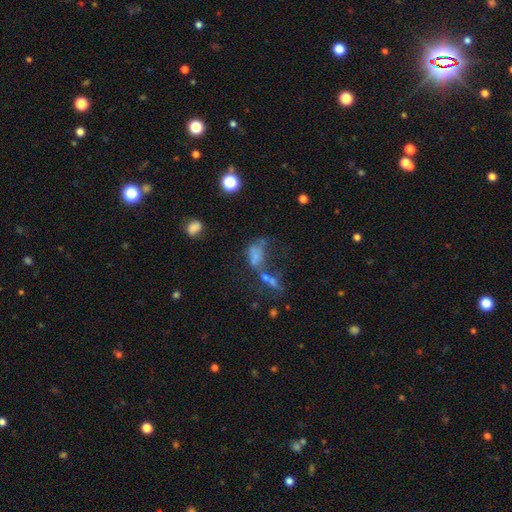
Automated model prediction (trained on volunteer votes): smooth-or-featured: smooth: 49% | featured or disk: 30% | star or artifact: 21%
  merging: merger: 35% | major disturbance: 31% | none: 20% | minor disturbance: 14%